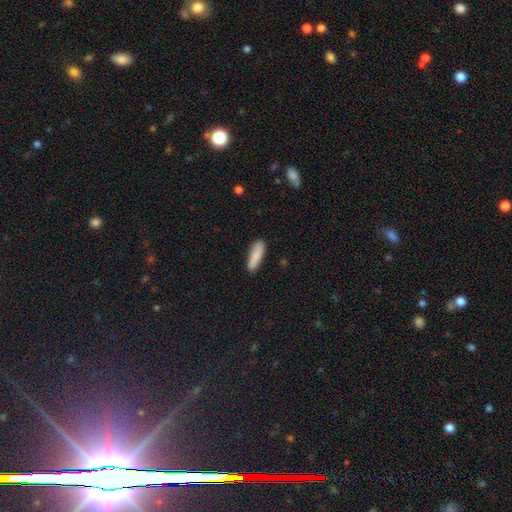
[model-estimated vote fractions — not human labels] Overall: smooth (86%). How rounded: cigar-shaped (54%; in between 44%). Merging: none (87%).